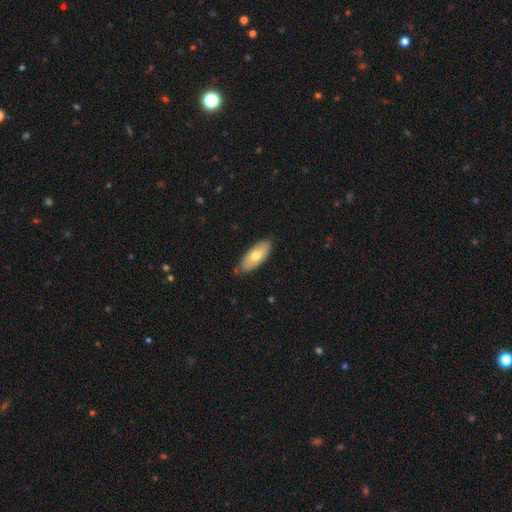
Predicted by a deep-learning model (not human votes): Smooth or featured?
  - smooth: 68% *
  - featured or disk: 26%
  - star or artifact: 6%
How rounded?
  - in between: 84% *
  - cigar-shaped: 14%
  - round: 2%
Merging?
  - none: 80% *
  - minor disturbance: 16%
  - major disturbance: 2%
  - merger: 2%